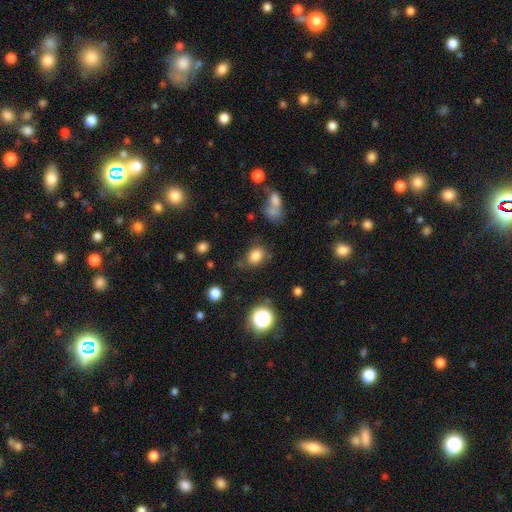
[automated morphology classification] smooth_or_featured: smooth (p=0.80) [alt: star or artifact p=0.13]
how_rounded: in between (p=0.54) [alt: round p=0.45]
merging: none (p=0.70) [alt: minor disturbance p=0.18]